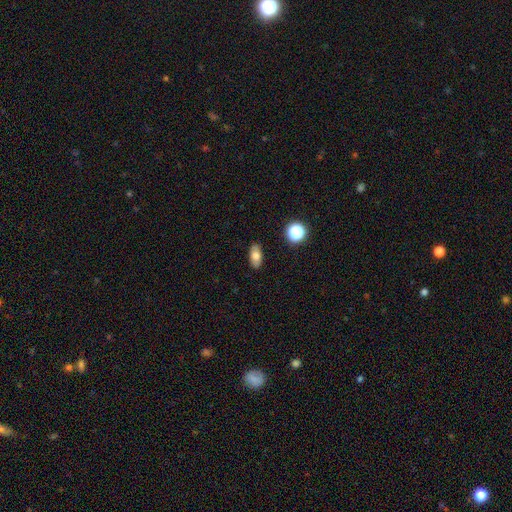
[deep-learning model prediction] Smooth or featured? Predicted: smooth (p=0.74). How rounded? Predicted: in between (p=0.86). Merging? Predicted: none (p=0.88).